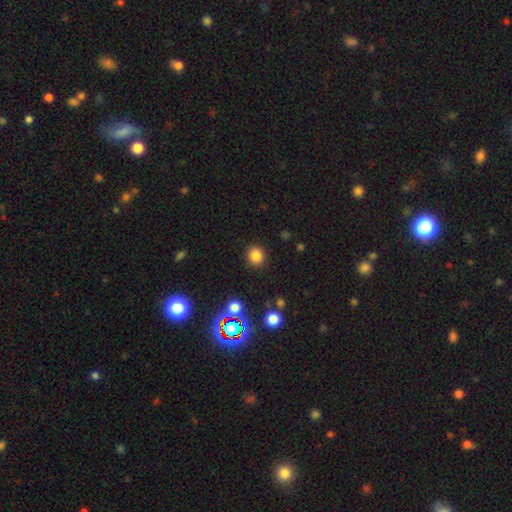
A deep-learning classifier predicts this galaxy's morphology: smooth-or-featured: smooth: 82% | star or artifact: 14% | featured or disk: 4%
  how-rounded: round: 90% | in between: 9% | cigar-shaped: 1%
  merging: none: 89% | minor disturbance: 6% | major disturbance: 3% | merger: 2%